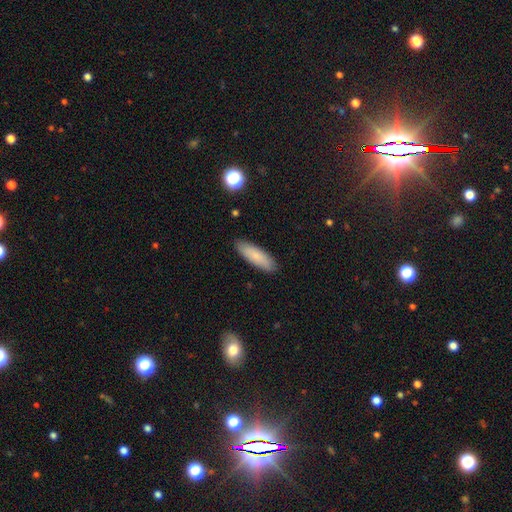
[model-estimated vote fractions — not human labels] This is clearly a smooth galaxy (84%). How rounded: possibly cigar-shaped (50%). Merging: clearly none (88%).